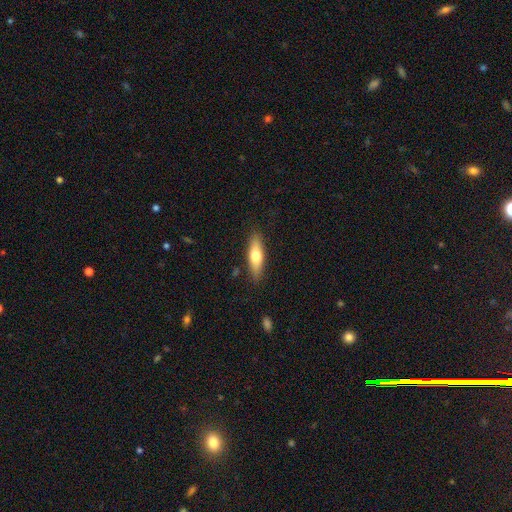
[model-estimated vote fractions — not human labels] This appears to be a smooth galaxy with no disk features (65%) that is cigar-shaped (57%). Merging: none (86%).